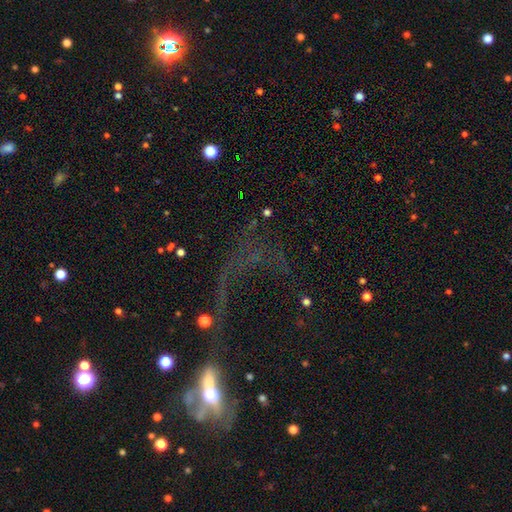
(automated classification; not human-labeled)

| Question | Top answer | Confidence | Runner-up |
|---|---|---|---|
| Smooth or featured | star or artifact | 36% | featured or disk (35%) |